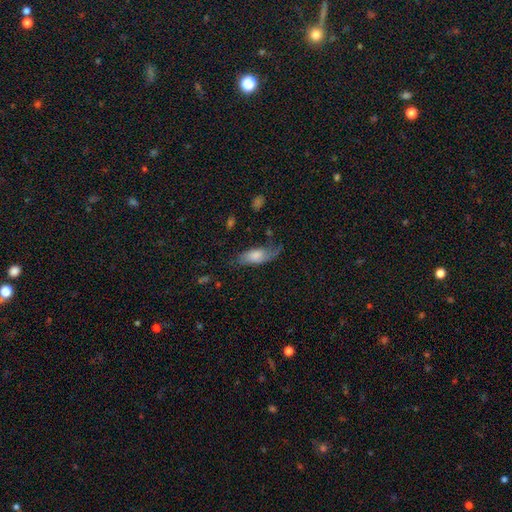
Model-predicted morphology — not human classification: This appears to be a smooth galaxy with no disk features (66%) that is in between round and cigar-shaped (78%). Merging: none (50%).